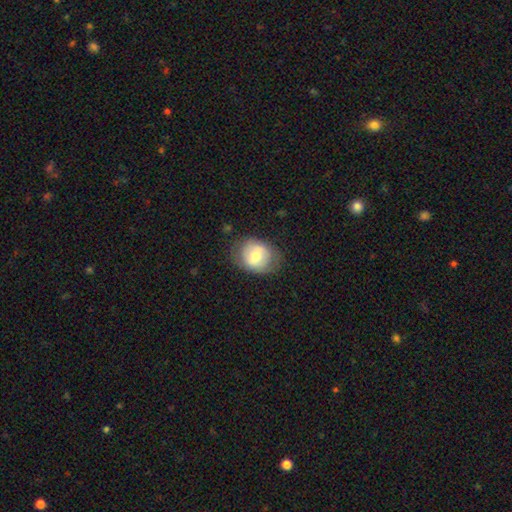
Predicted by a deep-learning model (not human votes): Smooth or featured?
  - smooth: 63% *
  - featured or disk: 30%
  - star or artifact: 7%
How rounded?
  - round: 58% *
  - in between: 41%
  - cigar-shaped: 1%
Merging?
  - none: 71% *
  - minor disturbance: 20%
  - major disturbance: 7%
  - merger: 1%